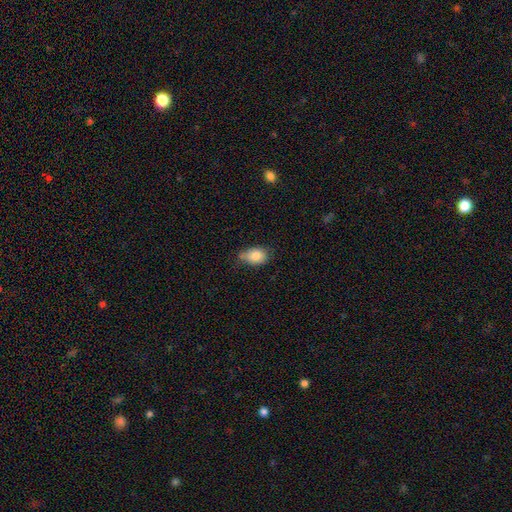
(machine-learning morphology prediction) Overall: smooth (82%). How rounded: in between (78%). Merging: none (51%; minor disturbance 37%).